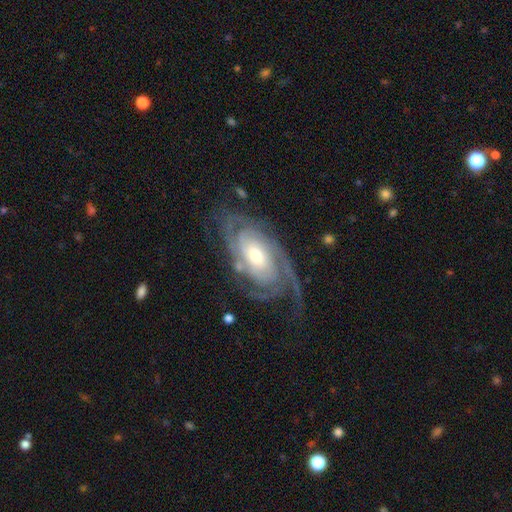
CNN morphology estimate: Smooth or featured: featured or disk — 90% (smooth — 6%)
Edge-on disk: no — 96% (yes — 4%)
Bar: no — 57% (weak — 30%)
Spiral arms: yes — 98% (no — 2%)
Spiral winding: tight — 66% (medium — 28%)
Spiral arm count: 2 — 41% (3 — 23%)
Bulge size: moderate — 59% (small — 31%)
Merging: none — 69% (minor disturbance — 17%)